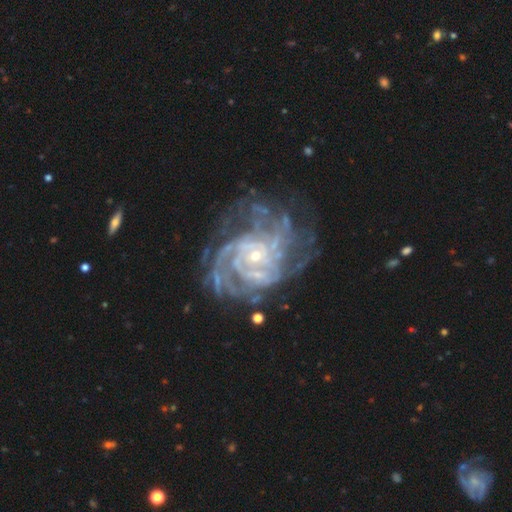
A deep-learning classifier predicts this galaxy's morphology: Smooth or featured: featured or disk — 88% (star or artifact — 7%)
Edge-on disk: no — 97% (yes — 3%)
Bar: no — 70% (weak — 23%)
Spiral arms: yes — 94% (no — 6%)
Spiral winding: tight — 64% (medium — 28%)
Spiral arm count: can't tell — 35% (4 — 17%)
Bulge size: small — 72% (moderate — 23%)
Merging: none — 57% (major disturbance — 20%)